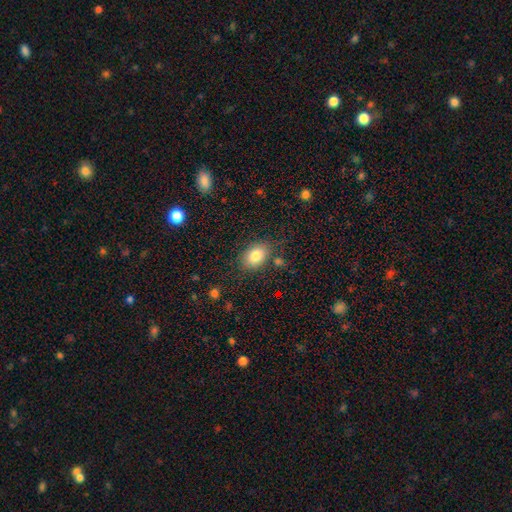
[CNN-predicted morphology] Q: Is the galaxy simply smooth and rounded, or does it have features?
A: smooth — 82%.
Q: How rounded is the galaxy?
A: in between — 76%.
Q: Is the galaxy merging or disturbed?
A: none — 77%.